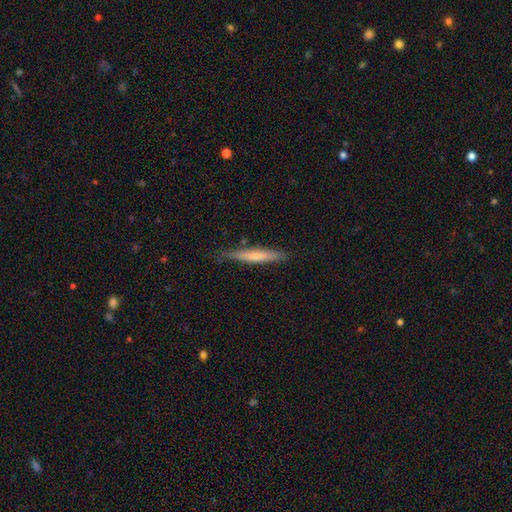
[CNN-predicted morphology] type=smooth (59%); roundness=cigar-shaped (94%); merging=none (83%).